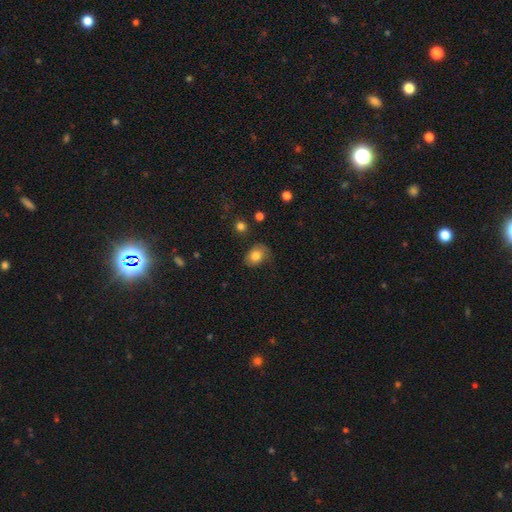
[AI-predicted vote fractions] Smooth or featured? Predicted: smooth (p=0.79). How rounded? Predicted: in between (p=0.67). Merging? Predicted: none (p=0.71).